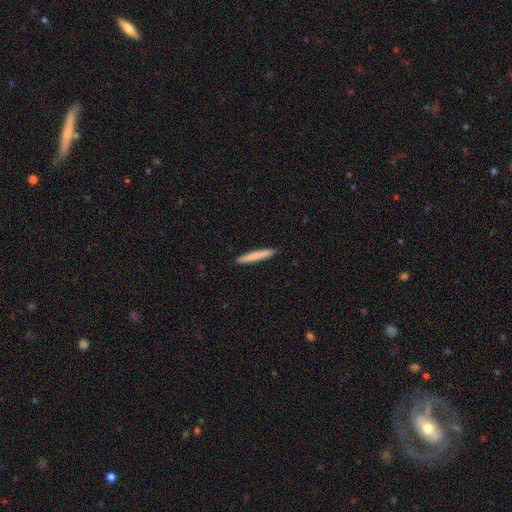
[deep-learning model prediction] A smooth galaxy with no disk features (79%) that is cigar-shaped (96%). Merging: none (92%).